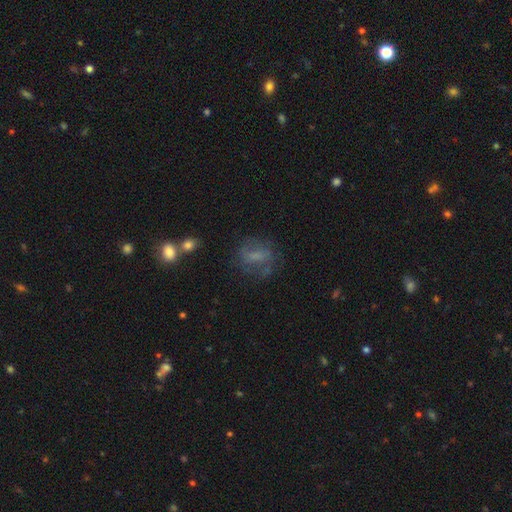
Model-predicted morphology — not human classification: smooth_or_featured: featured or disk (p=0.44) [alt: smooth p=0.42]
merging: none (p=0.60) [alt: minor disturbance p=0.21]